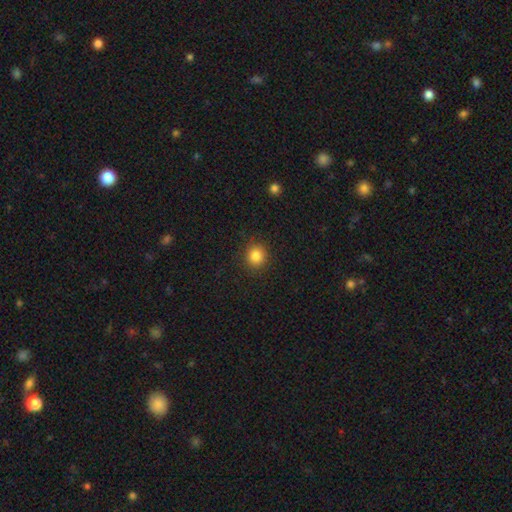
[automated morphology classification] A smooth galaxy with no disk features (84%) that is round (90%). Merging: none (90%).